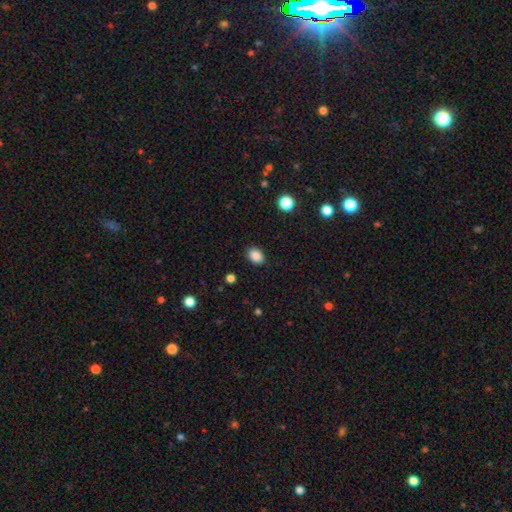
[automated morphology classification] type=smooth (88%); roundness=in between (69%); merging=none (89%).